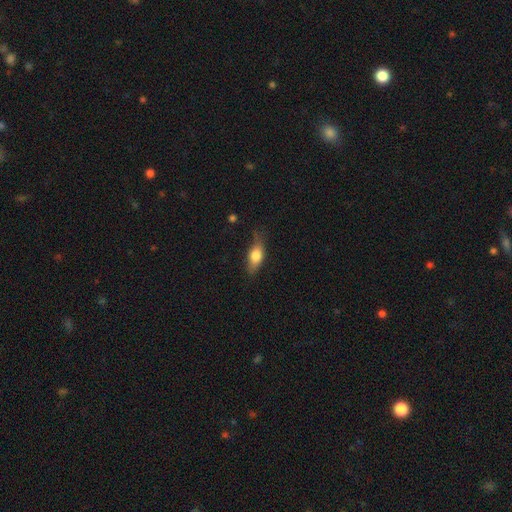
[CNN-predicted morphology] smooth_or_featured: smooth (p=0.72) [alt: featured or disk p=0.21]
how_rounded: in between (p=0.76) [alt: cigar-shaped p=0.17]
merging: none (p=0.66) [alt: minor disturbance p=0.26]